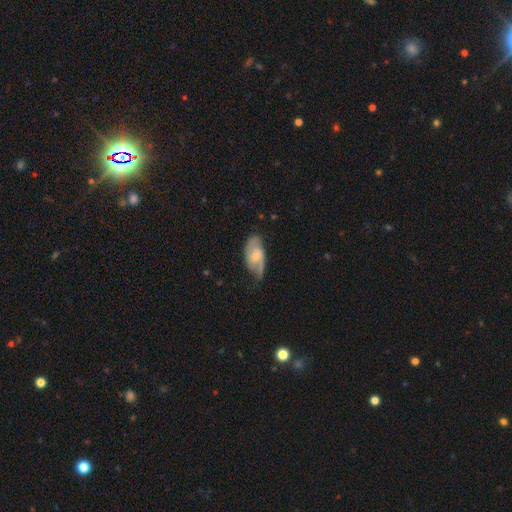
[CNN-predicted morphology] The model was most divided on "bulge size": small: 50%, moderate: 38%, none: 7%, large: 3%, dominant: 1%. Remaining: edge-on disk — no (94%); spiral arms — yes (92%); spiral arm count — 2 (80%); smooth or featured — featured or disk (69%); merging — none (62%); bar — no (53%); spiral winding — medium (48%).